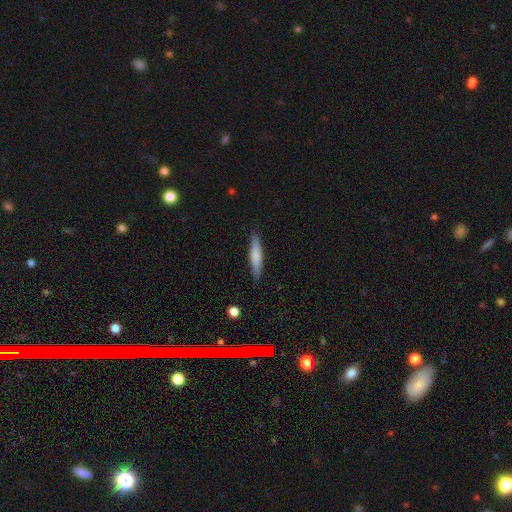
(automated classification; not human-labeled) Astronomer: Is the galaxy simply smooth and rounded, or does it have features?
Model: smooth — 71%.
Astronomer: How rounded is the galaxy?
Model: cigar-shaped — 90%.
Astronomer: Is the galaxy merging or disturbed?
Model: none — 89%.